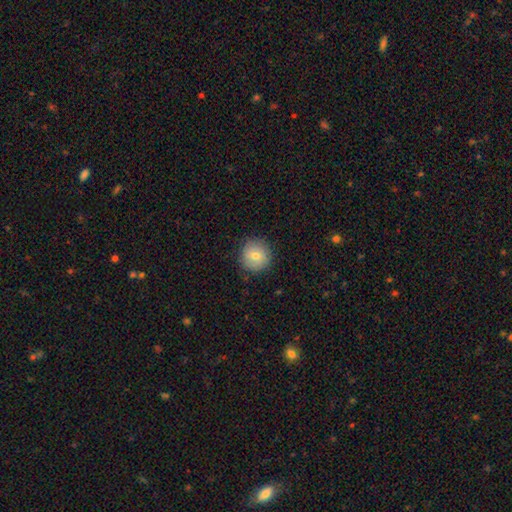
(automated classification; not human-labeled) smooth 76%, featured or disk 15%, star or artifact 9%. Down the decision tree: how rounded — round (93%); merging — none (86%).